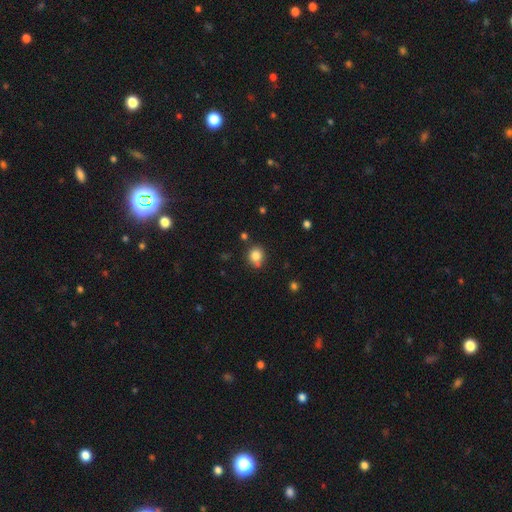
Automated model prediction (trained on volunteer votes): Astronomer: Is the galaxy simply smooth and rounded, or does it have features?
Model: smooth — 82%.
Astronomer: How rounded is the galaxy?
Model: round — 78%.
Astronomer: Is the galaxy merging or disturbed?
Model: none — 65%.